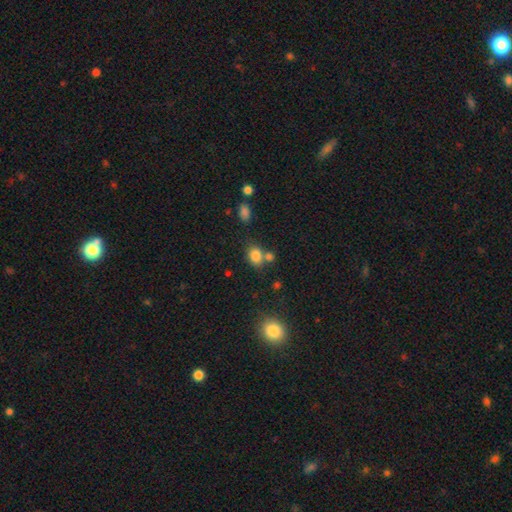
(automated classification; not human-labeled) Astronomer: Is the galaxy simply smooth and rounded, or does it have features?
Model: smooth — 82%.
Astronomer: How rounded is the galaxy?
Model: in between — 51% (runner-up: round, 47%).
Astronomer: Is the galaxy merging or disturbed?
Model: none — 57%.